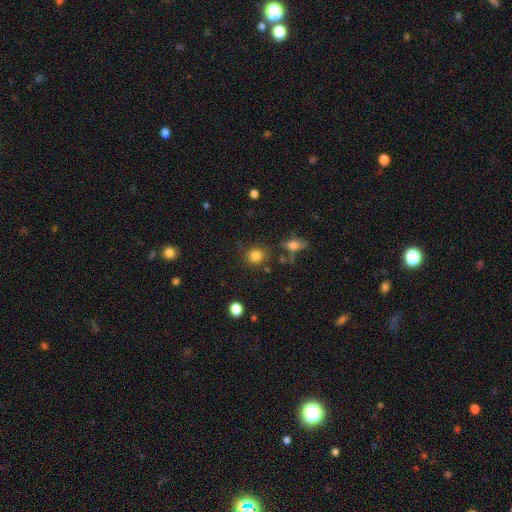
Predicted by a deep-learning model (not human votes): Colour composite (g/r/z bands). It shows a smooth galaxy with no disk features (83%) that is round (83%). Merging: none (79%).